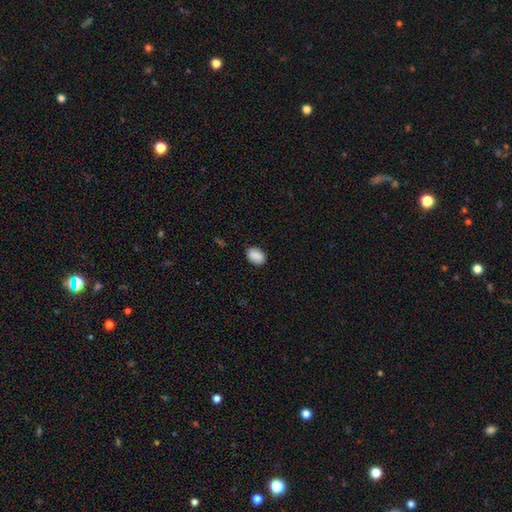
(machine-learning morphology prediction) smooth_or_featured: smooth (p=0.89) [alt: star or artifact p=0.07]
how_rounded: in between (p=0.79) [alt: round p=0.20]
merging: none (p=0.87) [alt: minor disturbance p=0.10]